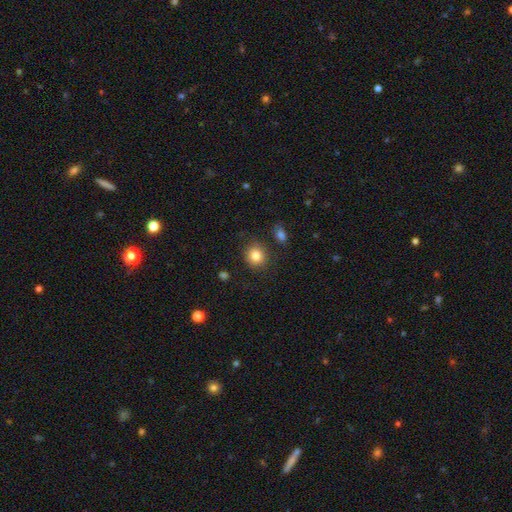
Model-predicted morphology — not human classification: The model was most divided on "how rounded": round: 82%, in between: 17%, cigar-shaped: 1%. More confident: merging — none (85%); smooth or featured — smooth (83%).